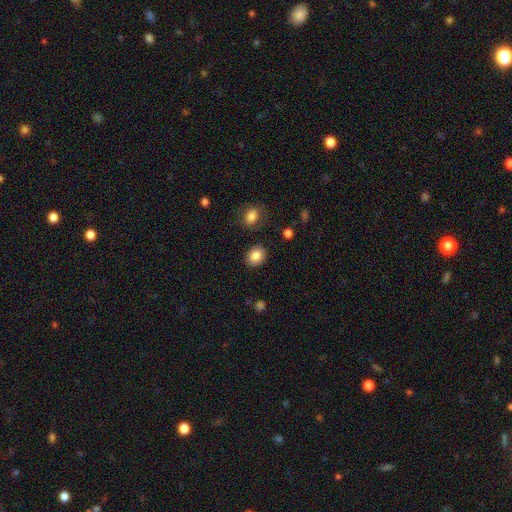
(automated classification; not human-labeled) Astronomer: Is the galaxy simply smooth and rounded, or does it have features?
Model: smooth — 85%.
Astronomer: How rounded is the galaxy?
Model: round — 53% (runner-up: in between, 46%).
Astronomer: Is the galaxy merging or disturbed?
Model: none — 87%.